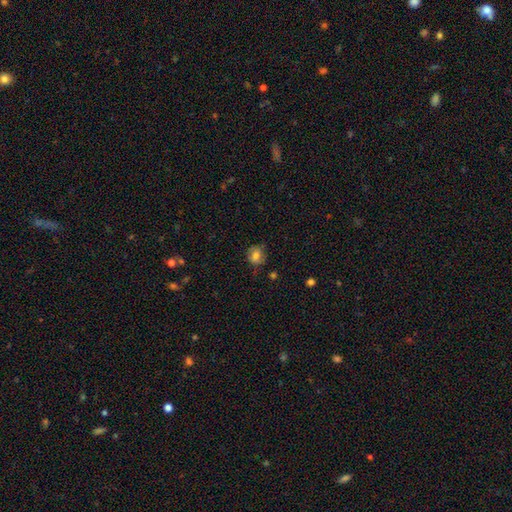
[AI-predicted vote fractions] This is likely a smooth galaxy (76%). How rounded: likely round (78%). Merging: likely none (74%).